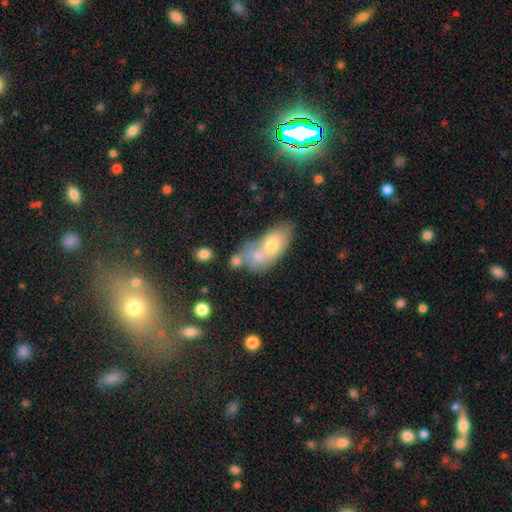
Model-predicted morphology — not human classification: Q: Smooth or featured?
A: smooth (68%); runner-up: featured or disk (24%)
Q: How rounded?
A: in between (80%); runner-up: round (14%)
Q: Merging?
A: merger (61%); runner-up: none (22%)